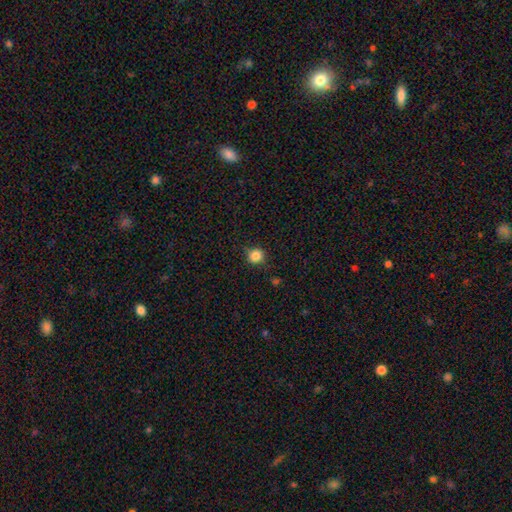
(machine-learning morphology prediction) smooth_or_featured: smooth (p=0.84) [alt: star or artifact p=0.11]
how_rounded: round (p=0.92) [alt: in between p=0.07]
merging: none (p=0.83) [alt: minor disturbance p=0.12]